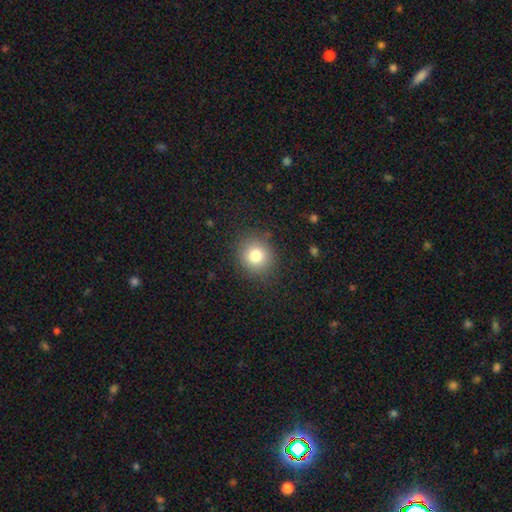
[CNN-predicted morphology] Smooth or featured? smooth (80%)
How rounded? round (85%)
Merging? none (88%)